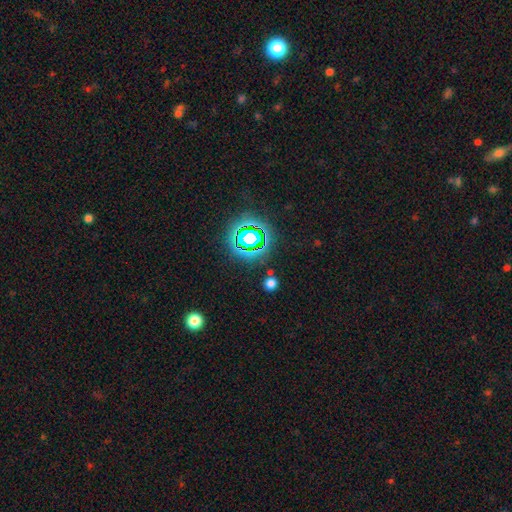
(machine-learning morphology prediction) smooth-or-featured: star or artifact: 77% | smooth: 17% | featured or disk: 7%